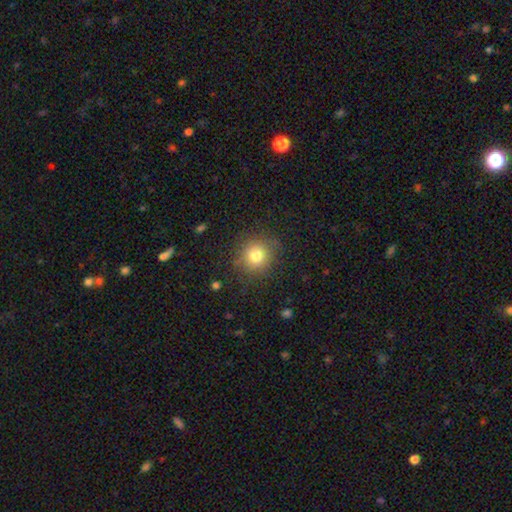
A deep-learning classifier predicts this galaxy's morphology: Q: Smooth or featured?
A: smooth (79%); runner-up: star or artifact (12%)
Q: How rounded?
A: round (90%); runner-up: in between (9%)
Q: Merging?
A: none (84%); runner-up: minor disturbance (11%)